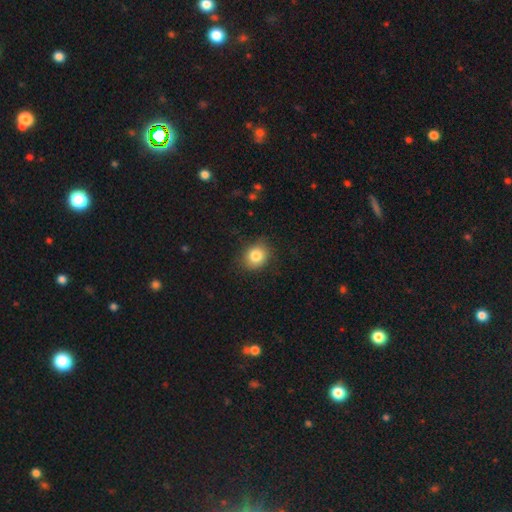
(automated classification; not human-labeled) This appears to be a smooth galaxy with no disk features (83%) that is round (68%). Merging: none (82%).